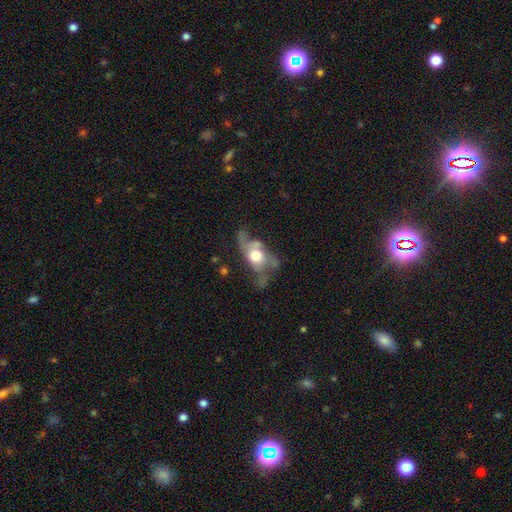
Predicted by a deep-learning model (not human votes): Morphology: type=featured or disk (61%); edge-on=no (87%); bar=no (80%); spiral arms=yes (56%); bulge=moderate (53%); merging=major disturbance (39%).